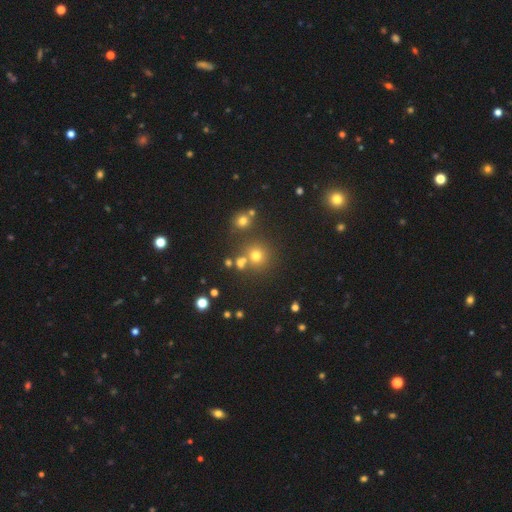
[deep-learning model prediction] Smooth or featured: smooth — 67% (star or artifact — 24%)
How rounded: round — 90% (in between — 9%)
Merging: none — 71% (merger — 17%)